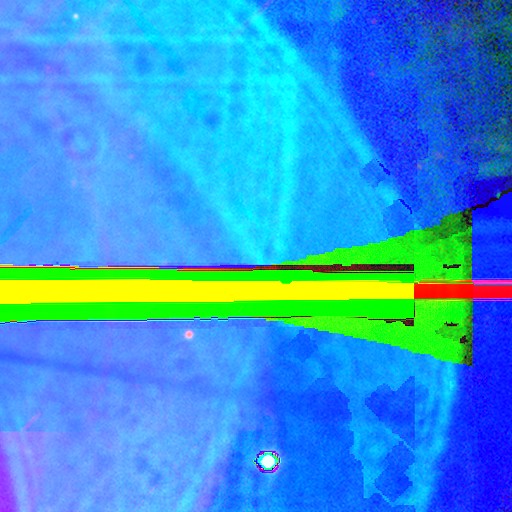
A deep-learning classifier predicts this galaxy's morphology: Smooth or featured: star or artifact — 85% (featured or disk — 8%)